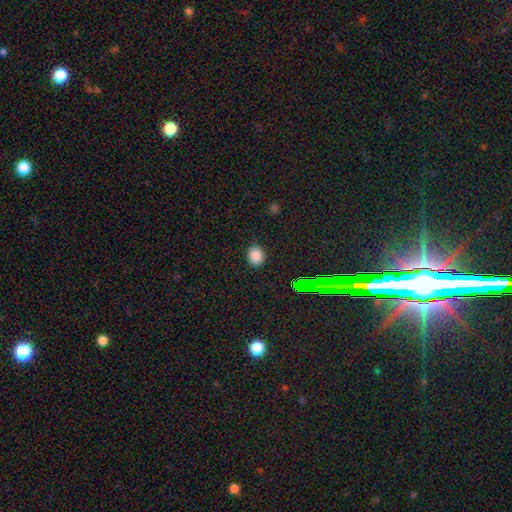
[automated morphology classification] A smooth galaxy with no disk features (82%) that is round (63%). Merging: none (87%).